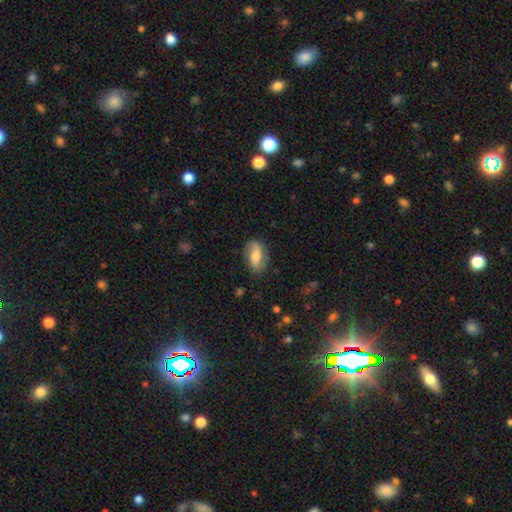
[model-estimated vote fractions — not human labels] Morphology: type=smooth (52%); roundness=in between (86%); merging=none (79%).